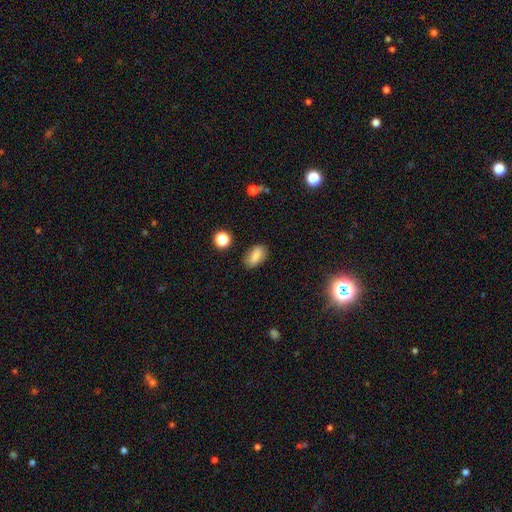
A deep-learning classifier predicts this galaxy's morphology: smooth_or_featured: smooth (p=0.82) [alt: star or artifact p=0.10]
how_rounded: in between (p=0.88) [alt: round p=0.08]
merging: none (p=0.79) [alt: minor disturbance p=0.15]